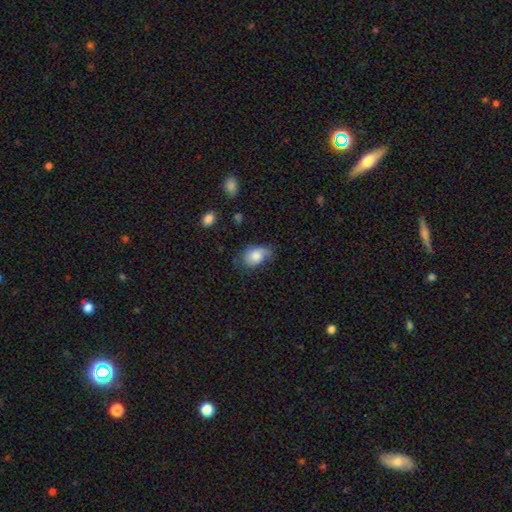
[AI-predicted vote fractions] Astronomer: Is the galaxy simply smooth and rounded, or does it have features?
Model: smooth — 74%.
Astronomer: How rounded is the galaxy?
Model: in between — 78%.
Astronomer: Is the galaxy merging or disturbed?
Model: none — 43% (runner-up: minor disturbance, 37%).